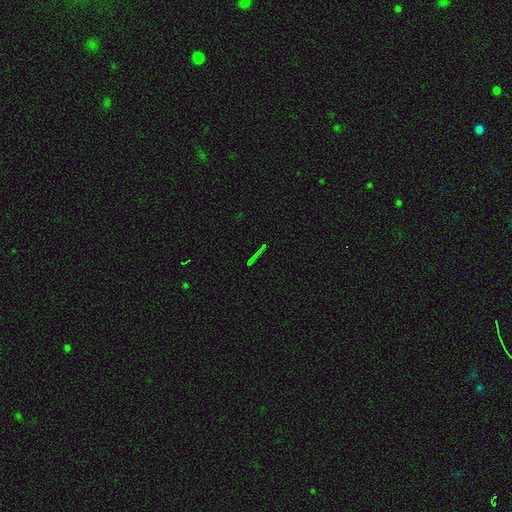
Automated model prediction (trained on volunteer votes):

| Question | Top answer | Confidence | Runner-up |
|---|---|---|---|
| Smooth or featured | star or artifact | 52% | smooth (26%) |